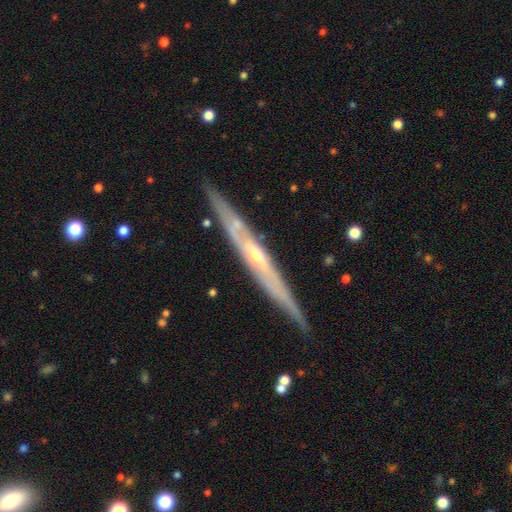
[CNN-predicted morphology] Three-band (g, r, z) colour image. It shows a featured or disk galaxy (80%) viewed edge-on (89%) with a rounded central bulge (60%). Merging: none (85%).